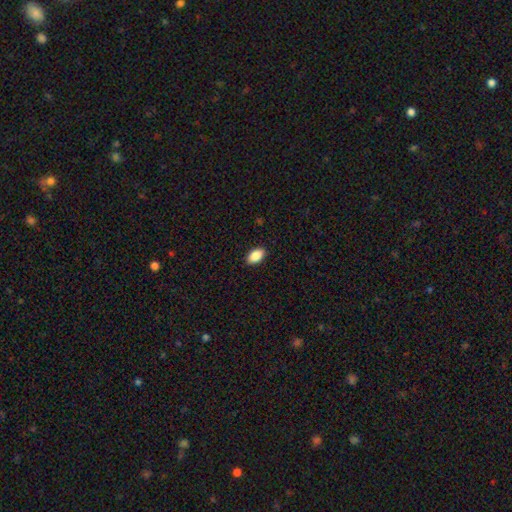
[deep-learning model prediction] smooth_or_featured: smooth (p=0.89) [alt: star or artifact p=0.07]
how_rounded: in between (p=0.94) [alt: round p=0.04]
merging: none (p=0.90) [alt: minor disturbance p=0.07]